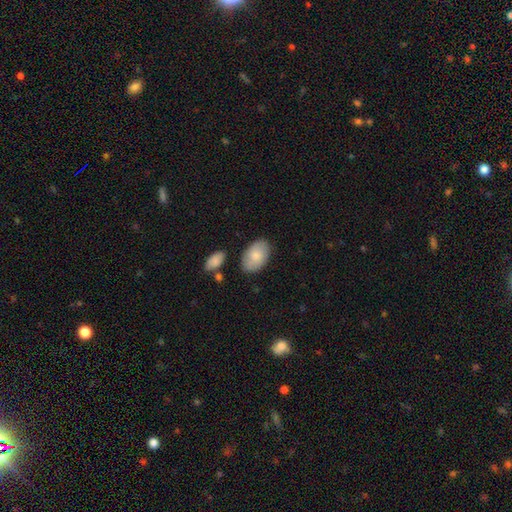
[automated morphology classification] A smooth galaxy with no disk features (80%) that is in between round and cigar-shaped (92%). Merging: none (80%).